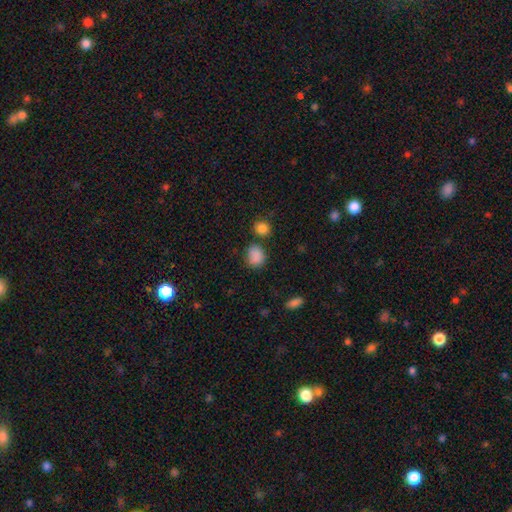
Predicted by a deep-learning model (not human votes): Overall: smooth (85%). How rounded: round (54%; in between 45%). Merging: none (69%).